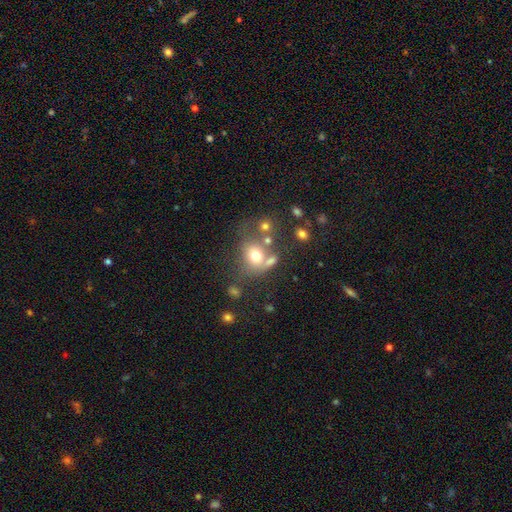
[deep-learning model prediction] Smooth or featured? Predicted: smooth (p=0.69). How rounded? Predicted: round (p=0.57). Merging? Predicted: none (p=0.40).